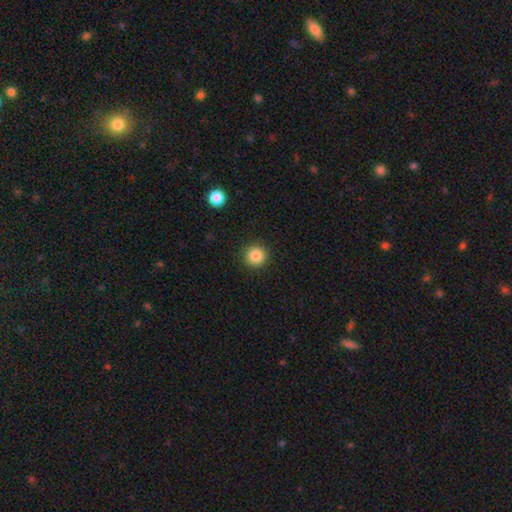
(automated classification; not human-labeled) This is clearly a smooth galaxy (85%). How rounded: clearly round (95%). Merging: clearly none (92%).